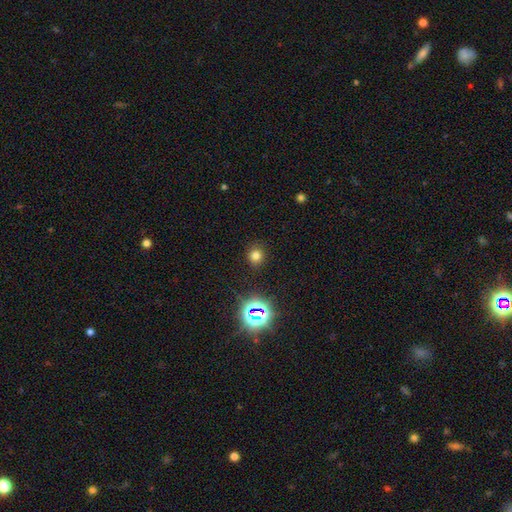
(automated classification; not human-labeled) The model was most divided on "smooth or featured": smooth: 72%, star or artifact: 22%, featured or disk: 6%. More confident: merging — none (88%); how rounded — round (85%).